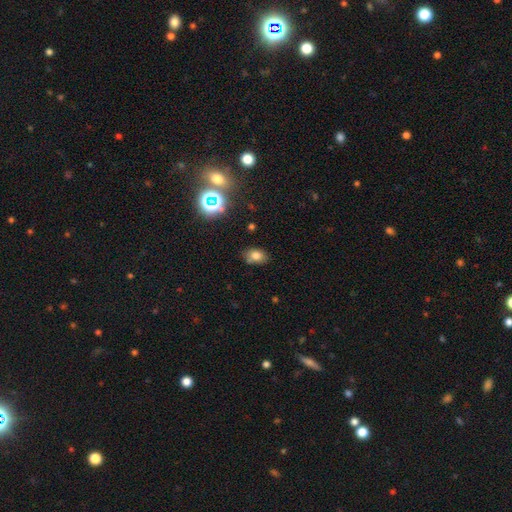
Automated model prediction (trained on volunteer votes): Smooth or featured?
  - smooth: 73% *
  - star or artifact: 17%
  - featured or disk: 10%
How rounded?
  - in between: 77% *
  - round: 22%
  - cigar-shaped: 1%
Merging?
  - none: 74% *
  - minor disturbance: 17%
  - merger: 4%
  - major disturbance: 4%